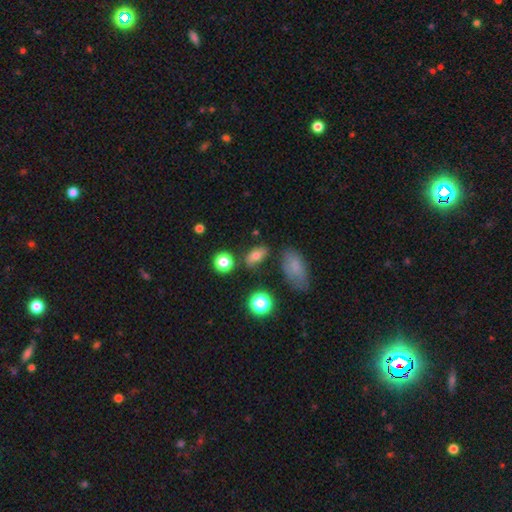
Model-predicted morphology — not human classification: This appears to be a smooth galaxy with no disk features (70%) that is in between round and cigar-shaped (82%). Merging: none (74%).